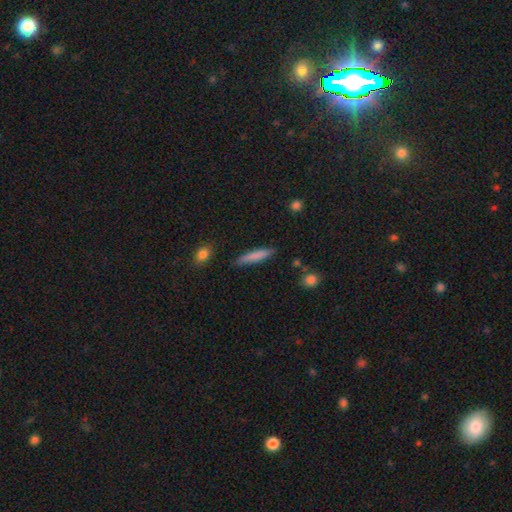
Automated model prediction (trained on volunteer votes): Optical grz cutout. It shows a smooth galaxy with no disk features (78%) that is cigar-shaped (90%). Merging: none (84%).